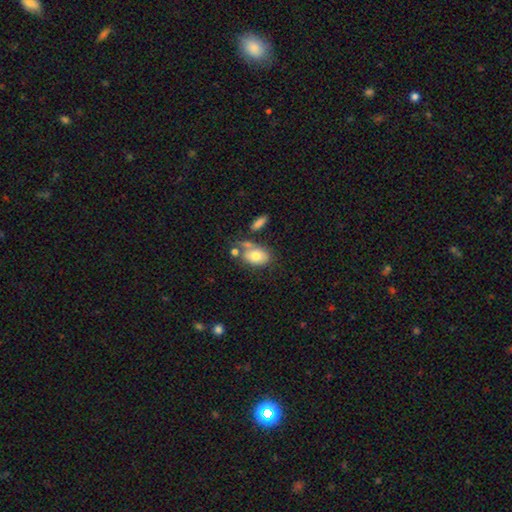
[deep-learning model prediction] Smooth or featured? Predicted: smooth (p=0.73). How rounded? Predicted: in between (p=0.84). Merging? Predicted: none (p=0.43).